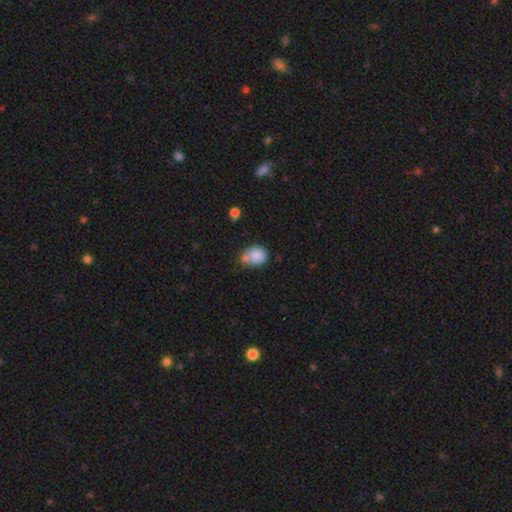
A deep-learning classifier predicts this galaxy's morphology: type=smooth (82%); roundness=round (57%); merging=none (43%).